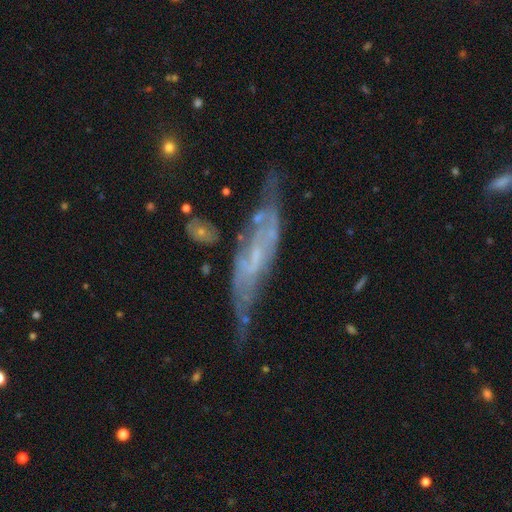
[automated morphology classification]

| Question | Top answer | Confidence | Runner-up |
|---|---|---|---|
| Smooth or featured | featured or disk | 74% | smooth (17%) |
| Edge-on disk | no | 66% | yes (34%) |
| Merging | none | 47% | minor disturbance (26%) |